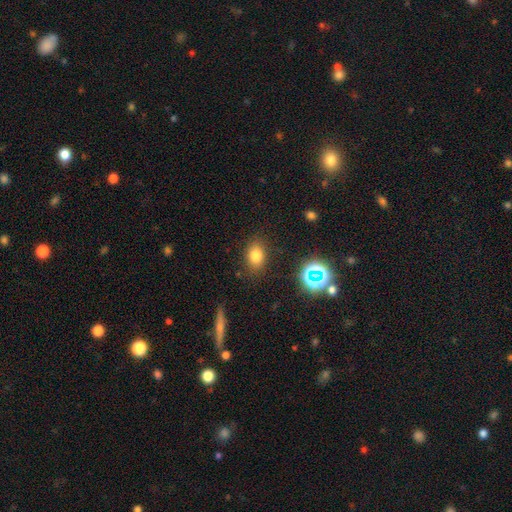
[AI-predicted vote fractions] Morphology: type=smooth (76%); roundness=in between (72%); merging=none (83%).